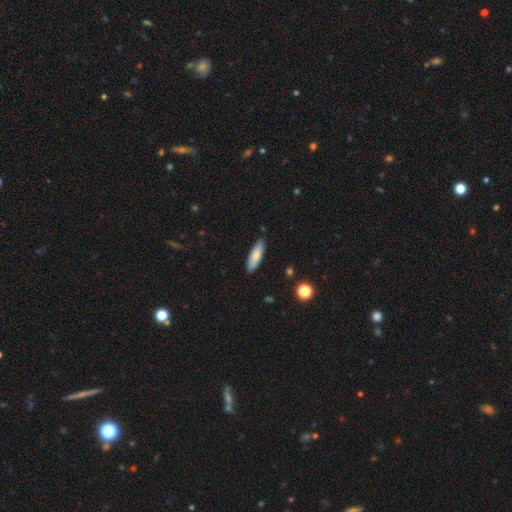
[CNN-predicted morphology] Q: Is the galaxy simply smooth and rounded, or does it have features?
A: smooth — 77%.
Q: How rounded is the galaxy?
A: cigar-shaped — 53%.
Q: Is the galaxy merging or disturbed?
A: none — 86%.